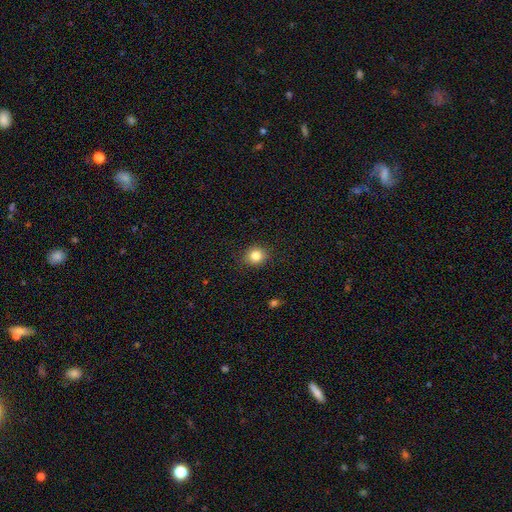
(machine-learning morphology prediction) smooth-or-featured: smooth: 84% | star or artifact: 10% | featured or disk: 6%
  how-rounded: round: 79% | in between: 20% | cigar-shaped: 1%
  merging: none: 89% | minor disturbance: 8% | major disturbance: 2% | merger: 1%